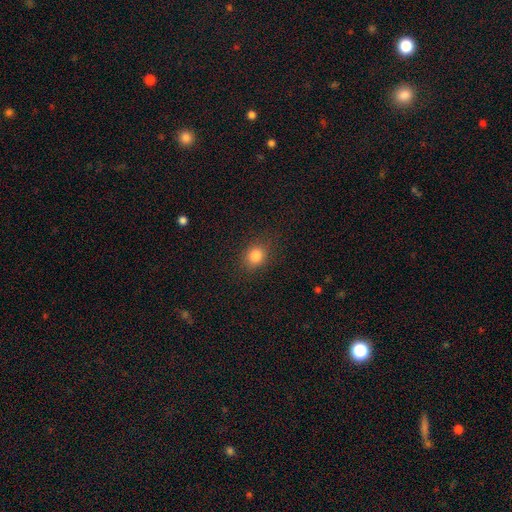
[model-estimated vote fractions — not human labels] Smooth or featured? Predicted: smooth (p=0.83). How rounded? Predicted: round (p=0.67). Merging? Predicted: none (p=0.86).